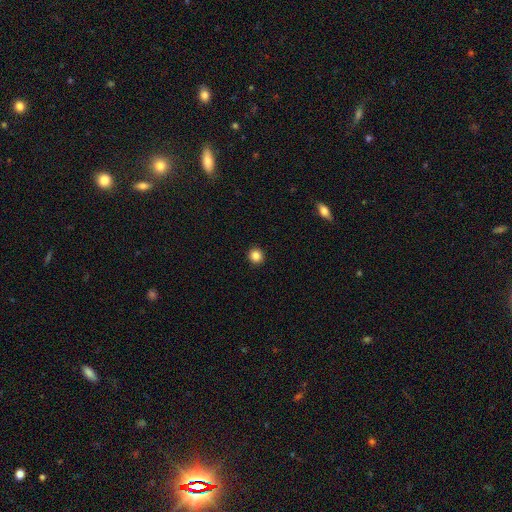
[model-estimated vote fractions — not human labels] Smooth or featured?
  - smooth: 85% *
  - star or artifact: 11%
  - featured or disk: 4%
How rounded?
  - round: 94% *
  - in between: 5%
  - cigar-shaped: 1%
Merging?
  - none: 93% *
  - minor disturbance: 4%
  - major disturbance: 1%
  - merger: 1%